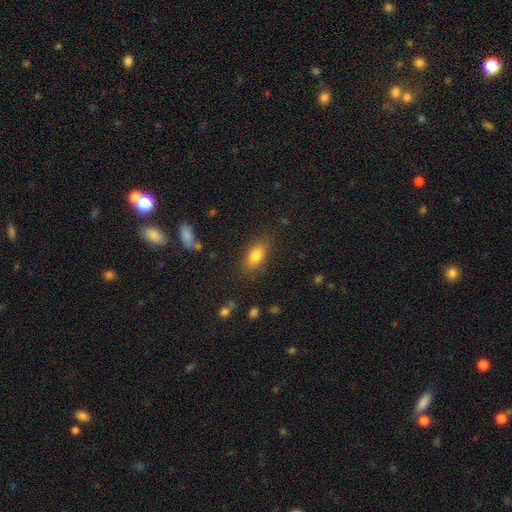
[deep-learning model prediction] smooth 81%, featured or disk 11%, star or artifact 8%. Down the decision tree: how rounded — in between (85%); merging — none (82%).